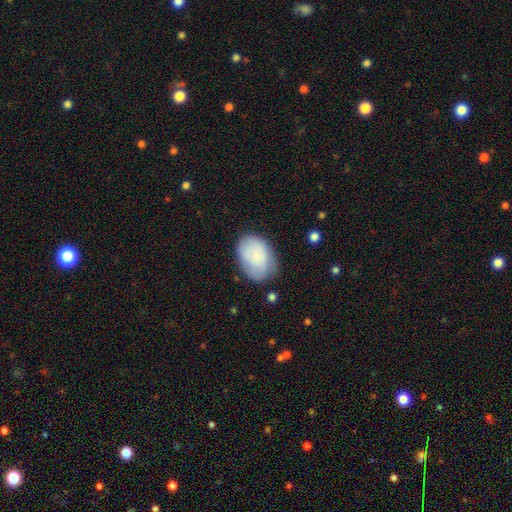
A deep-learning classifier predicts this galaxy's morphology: smooth-or-featured: smooth: 77% | featured or disk: 16% | star or artifact: 7%
  how-rounded: in between: 82% | round: 17% | cigar-shaped: 1%
  merging: none: 69% | minor disturbance: 23% | major disturbance: 6% | merger: 2%